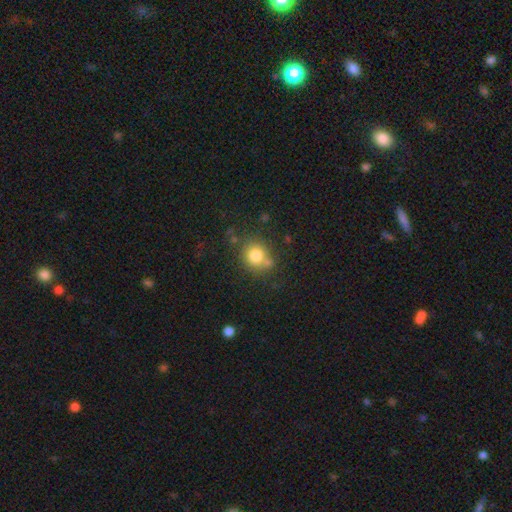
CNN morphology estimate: smooth-or-featured: smooth: 80% | star or artifact: 12% | featured or disk: 8%
  how-rounded: round: 83% | in between: 16% | cigar-shaped: 1%
  merging: none: 68% | minor disturbance: 15% | merger: 12% | major disturbance: 5%